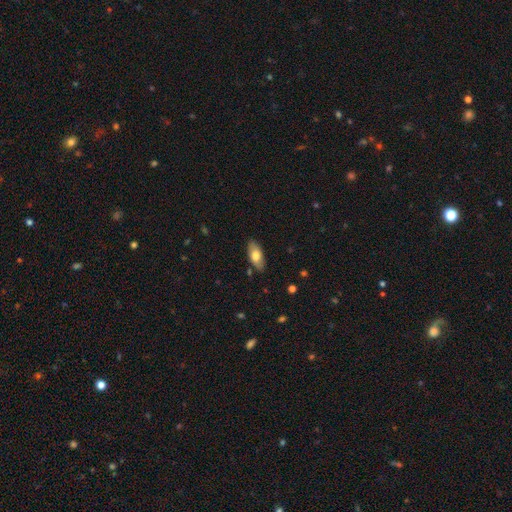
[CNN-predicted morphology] type=smooth (71%); roundness=in between (88%); merging=none (86%).